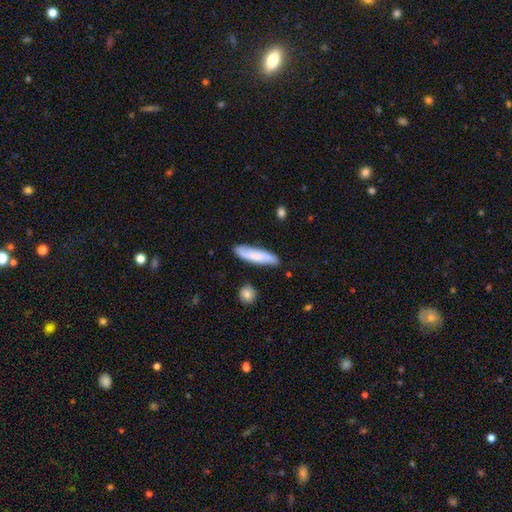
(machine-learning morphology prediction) smooth 63%, featured or disk 31%, star or artifact 6%. Down the decision tree: how rounded — cigar-shaped (72%); merging — none (81%).